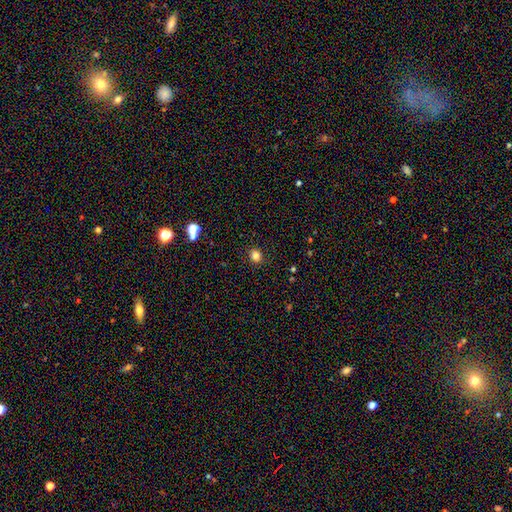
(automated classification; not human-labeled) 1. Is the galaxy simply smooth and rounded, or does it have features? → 82% smooth, 13% star or artifact, 5% featured or disk.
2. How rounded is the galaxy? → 76% round, 23% in between, 1% cigar-shaped.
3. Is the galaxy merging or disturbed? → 90% none, 6% minor disturbance, 2% major disturbance, 1% merger.